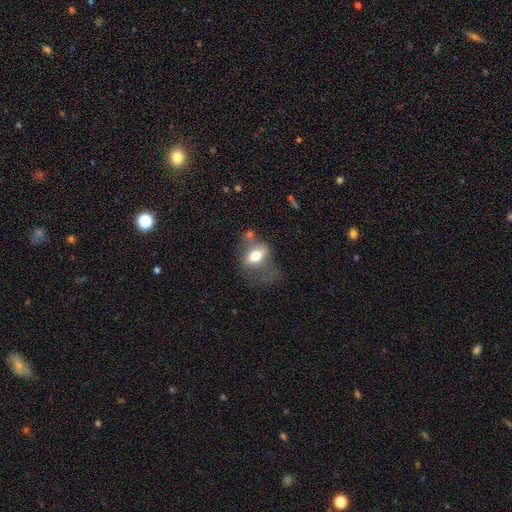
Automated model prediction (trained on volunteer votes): smooth 62%, featured or disk 29%, star or artifact 9%. Down the decision tree: how rounded — in between (75%); merging — none (34%).